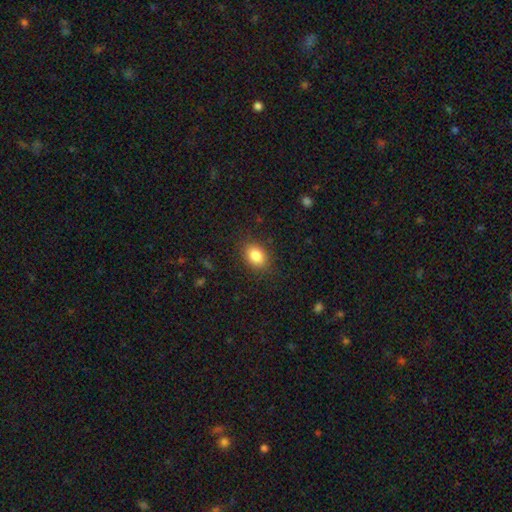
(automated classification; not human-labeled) Smooth or featured? Predicted: smooth (p=0.85). How rounded? Predicted: in between (p=0.72). Merging? Predicted: none (p=0.86).